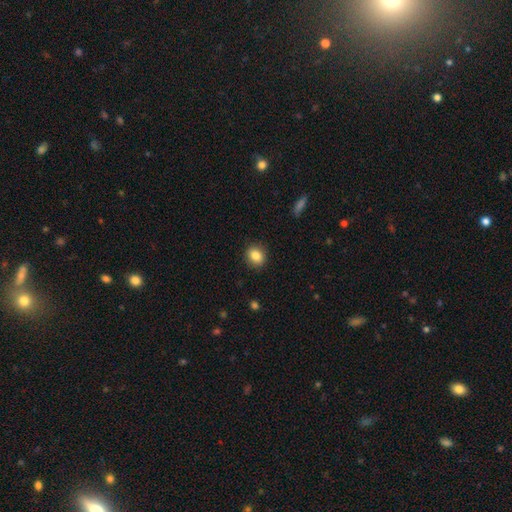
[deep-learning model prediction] The model was most divided on "how rounded": round: 68%, in between: 31%, cigar-shaped: 1%. More confident: merging — none (90%); smooth or featured — smooth (84%).